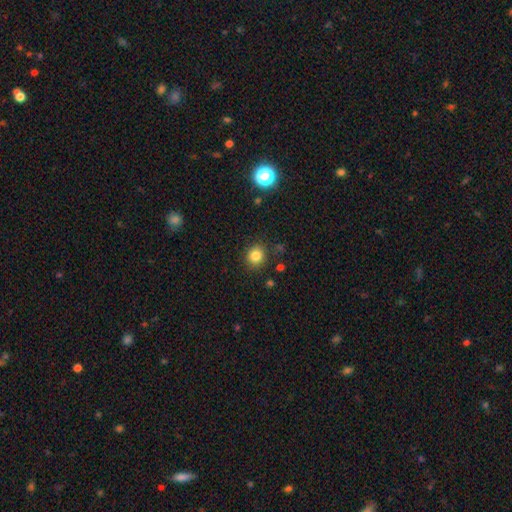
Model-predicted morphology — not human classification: This is clearly a smooth galaxy (83%). How rounded: clearly round (81%). Merging: clearly none (86%).